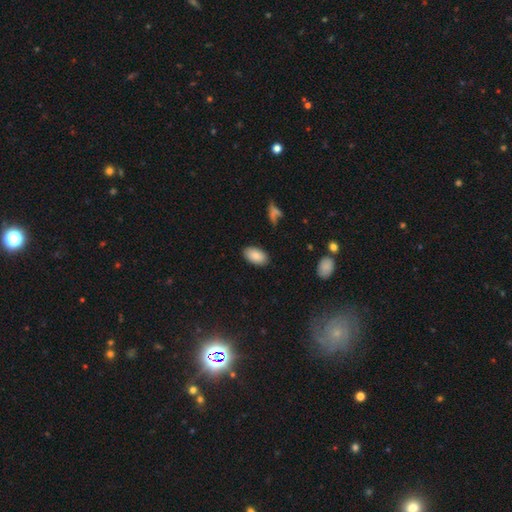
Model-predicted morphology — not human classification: Q: Smooth or featured?
A: smooth (87%); runner-up: star or artifact (7%)
Q: How rounded?
A: in between (95%); runner-up: round (4%)
Q: Merging?
A: none (87%); runner-up: minor disturbance (9%)